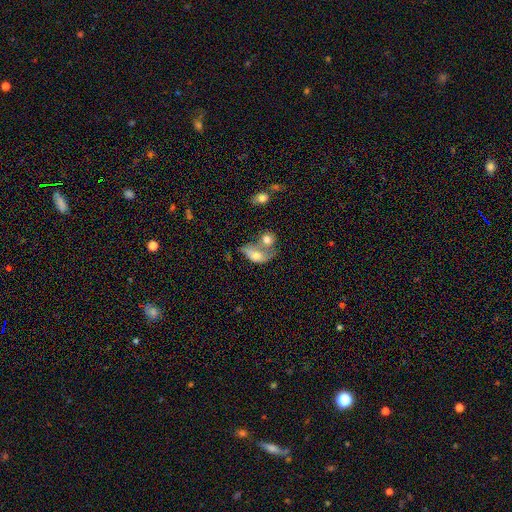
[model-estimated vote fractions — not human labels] A smooth galaxy with no disk features (59%) that is in between round and cigar-shaped (79%). Merging: merger (61%).